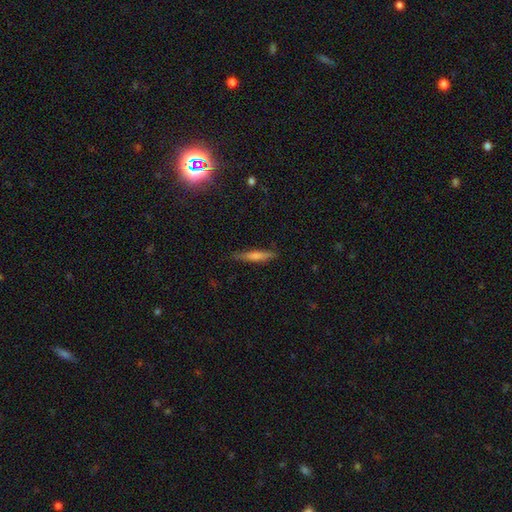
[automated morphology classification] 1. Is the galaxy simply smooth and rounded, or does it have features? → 54% smooth, 37% featured or disk, 9% star or artifact.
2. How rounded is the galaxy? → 90% cigar-shaped, 8% in between, 2% round.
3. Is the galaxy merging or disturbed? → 85% none, 12% minor disturbance, 2% major disturbance, 1% merger.